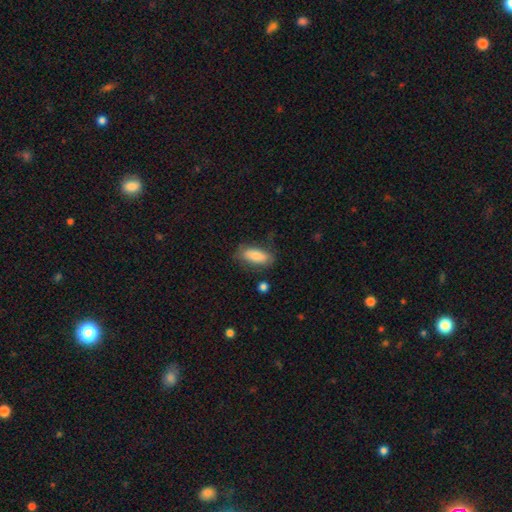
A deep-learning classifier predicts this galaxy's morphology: A smooth galaxy with no disk features (76%) that is in between round and cigar-shaped (82%). Merging: none (75%).